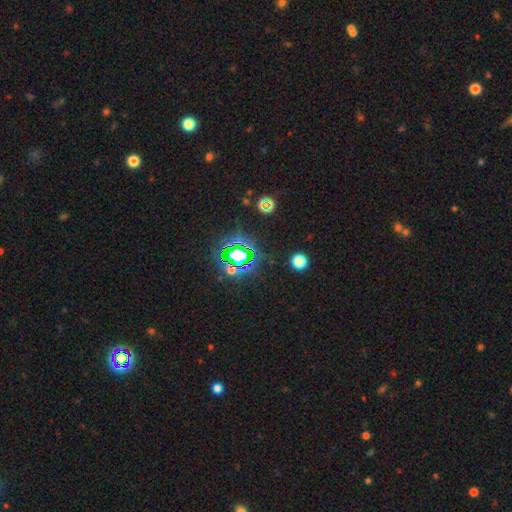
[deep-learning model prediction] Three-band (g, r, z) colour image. It shows a star or artifact, not a galaxy (81%).